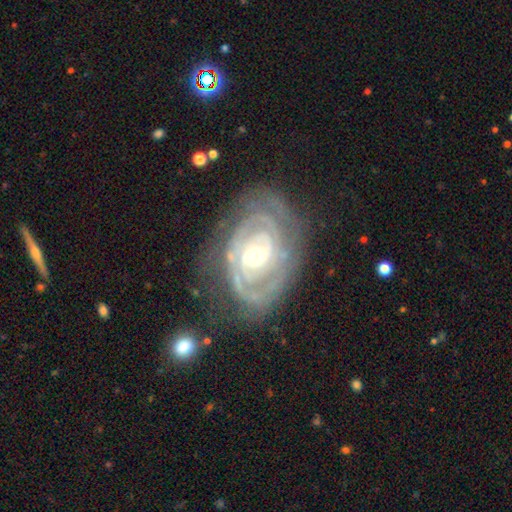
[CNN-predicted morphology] The model was most divided on "spiral arm count": 2: 33%, can't tell: 32%, 3: 18%, 4: 7%, 1: 6%, more than 4: 5%. More confident: edge-on disk — no (96%); spiral arms — yes (92%); smooth or featured — featured or disk (87%); spiral winding — tight (74%); merging — none (69%); bulge size — moderate (61%); bar — no (60%).